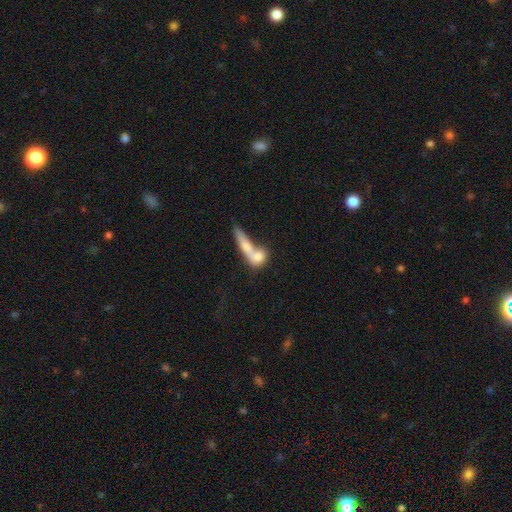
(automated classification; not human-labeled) Overall: smooth (70%). How rounded: in between (42%; cigar-shaped 35%). Merging: merger (59%; none 26%).